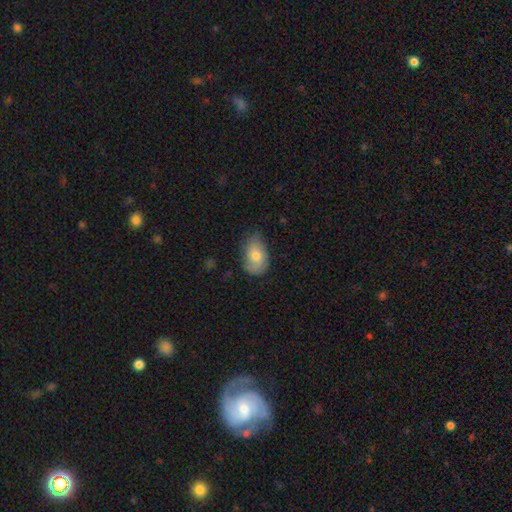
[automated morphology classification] This is likely a smooth galaxy (72%). How rounded: clearly in between (88%). Merging: possibly none (59%).